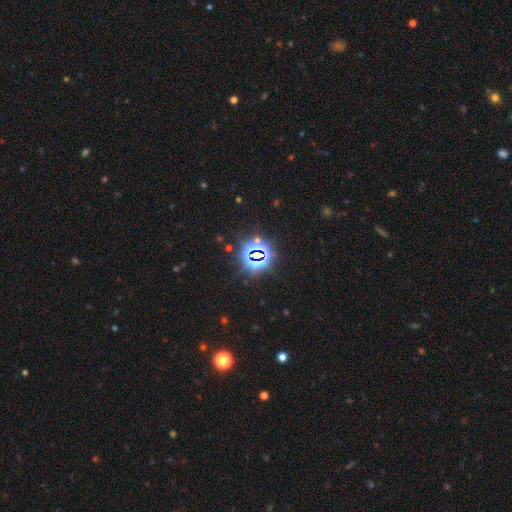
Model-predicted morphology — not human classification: A star or artifact, not a galaxy (79%).

Vote fractions:
- Smooth or featured? star or artifact: 79% / smooth: 13% / featured or disk: 8%